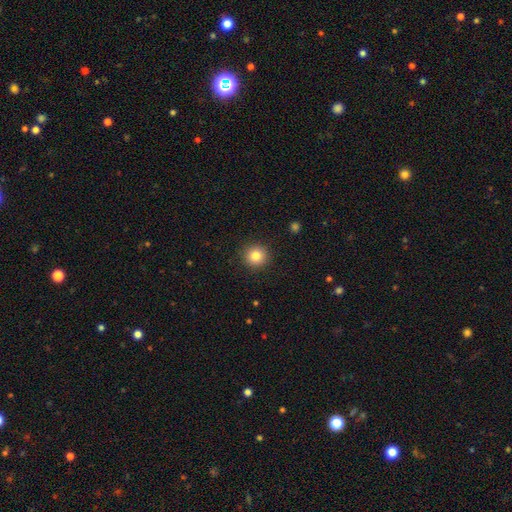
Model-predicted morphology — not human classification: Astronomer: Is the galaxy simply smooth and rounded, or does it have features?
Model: smooth — 83%.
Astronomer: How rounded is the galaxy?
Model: round — 93%.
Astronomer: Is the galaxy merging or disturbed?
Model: none — 91%.